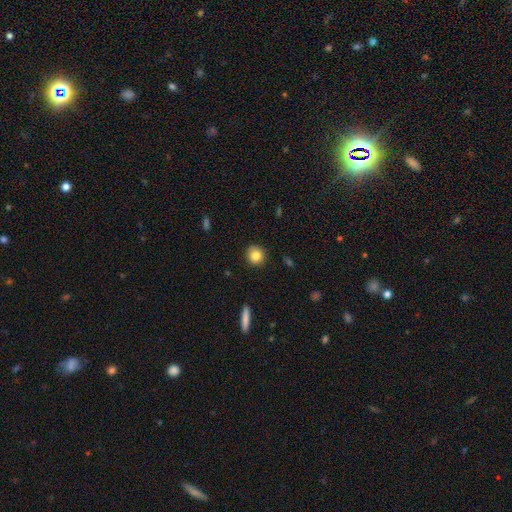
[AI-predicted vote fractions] smooth-or-featured: smooth: 82% | star or artifact: 9% | featured or disk: 8%
  how-rounded: round: 90% | in between: 9% | cigar-shaped: 1%
  merging: none: 90% | minor disturbance: 7% | major disturbance: 2% | merger: 1%